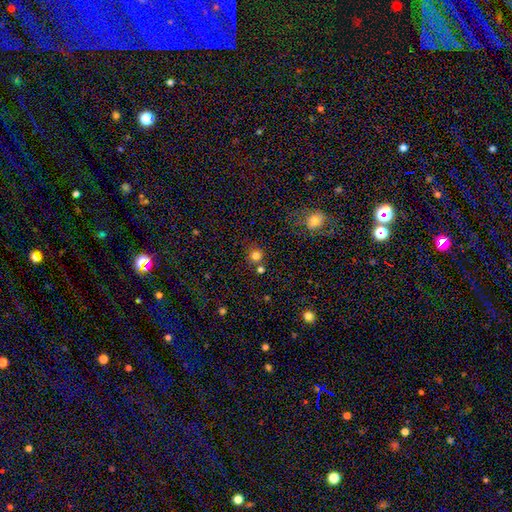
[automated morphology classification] This appears to be a smooth galaxy with no disk features (81%) that is round (91%). Merging: none (74%).